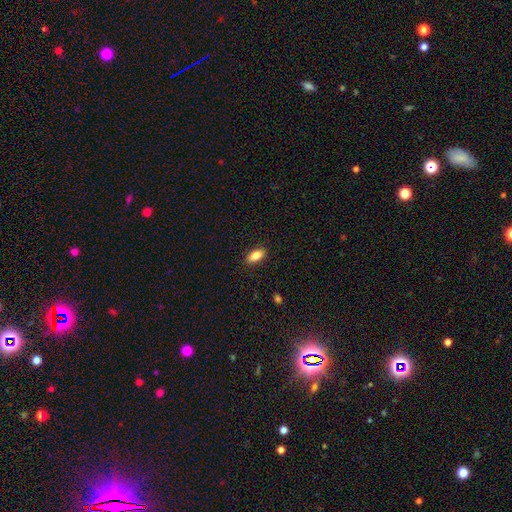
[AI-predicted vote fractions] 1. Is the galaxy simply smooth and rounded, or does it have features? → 84% smooth, 8% featured or disk, 7% star or artifact.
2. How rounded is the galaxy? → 87% in between, 10% cigar-shaped, 3% round.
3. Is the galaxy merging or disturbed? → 88% none, 9% minor disturbance, 2% major disturbance, 1% merger.